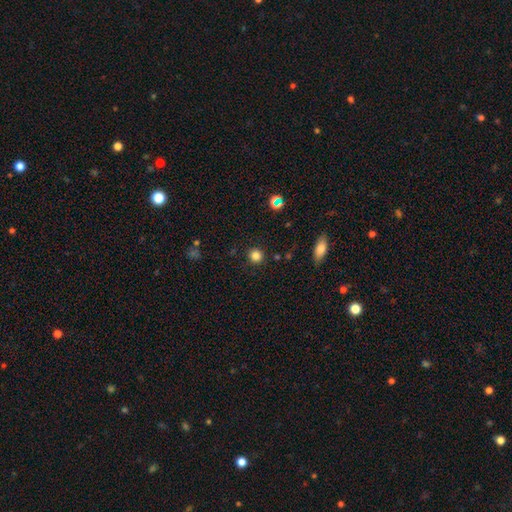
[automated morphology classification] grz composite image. It shows a smooth galaxy with no disk features (82%) that is round (92%). Merging: none (89%).